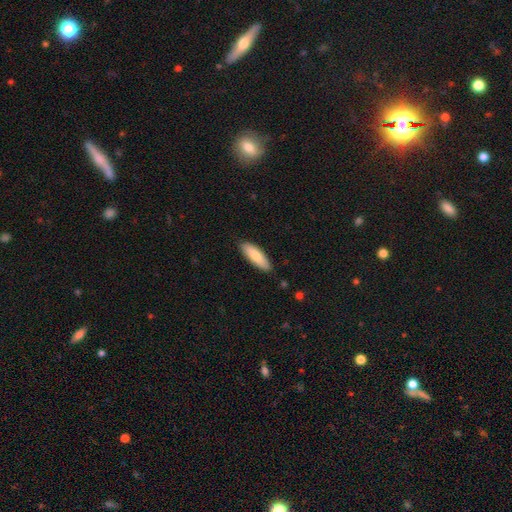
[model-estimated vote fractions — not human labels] smooth 82%, featured or disk 13%, star or artifact 5%. Down the decision tree: how rounded — in between (53%); merging — none (87%).